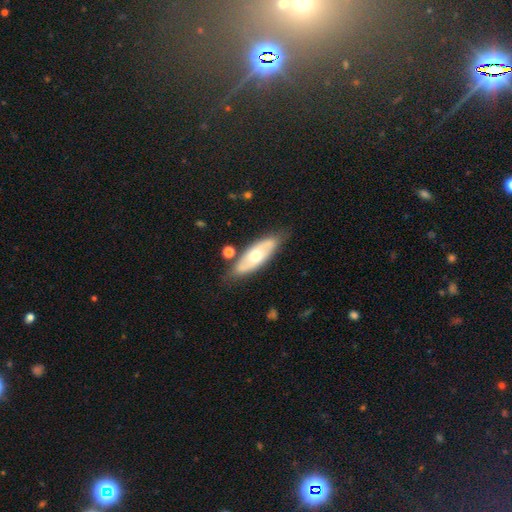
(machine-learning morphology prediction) This is possibly a featured or disk galaxy (53%). It is likely not viewed edge-on (75%). Merging: likely none (76%).